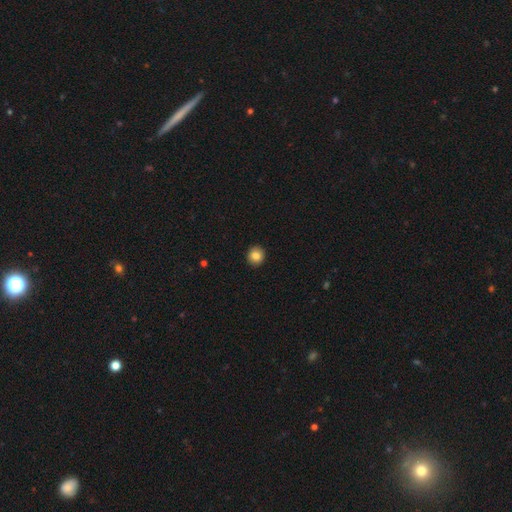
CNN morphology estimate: Smooth or featured? smooth (85%)
How rounded? round (87%)
Merging? none (92%)